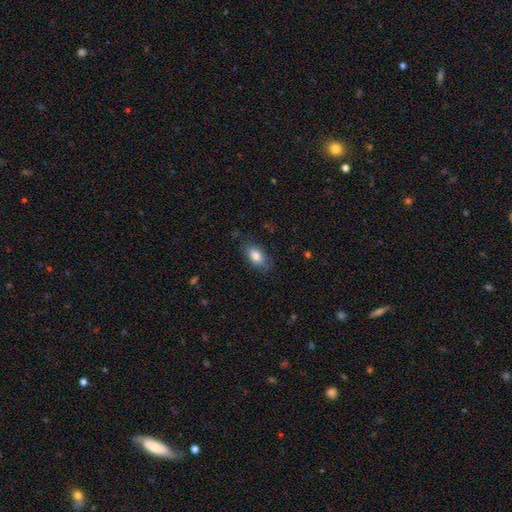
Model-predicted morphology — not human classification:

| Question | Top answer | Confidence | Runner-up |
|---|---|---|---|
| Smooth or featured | smooth | 81% | featured or disk (12%) |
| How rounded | in between | 91% | round (5%) |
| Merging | none | 75% | minor disturbance (18%) |